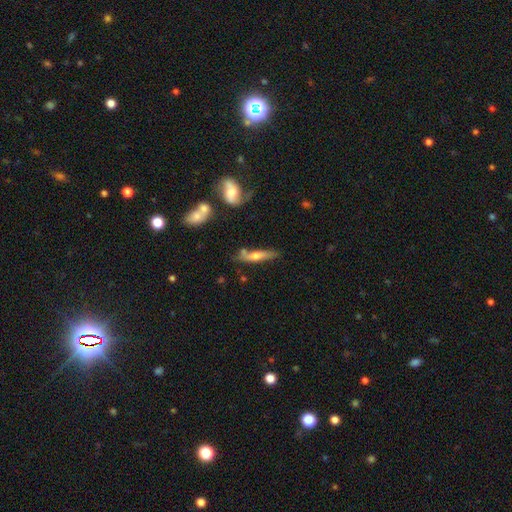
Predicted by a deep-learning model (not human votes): Smooth or featured? Predicted: featured or disk (p=0.50). Merging? Predicted: none (p=0.67).